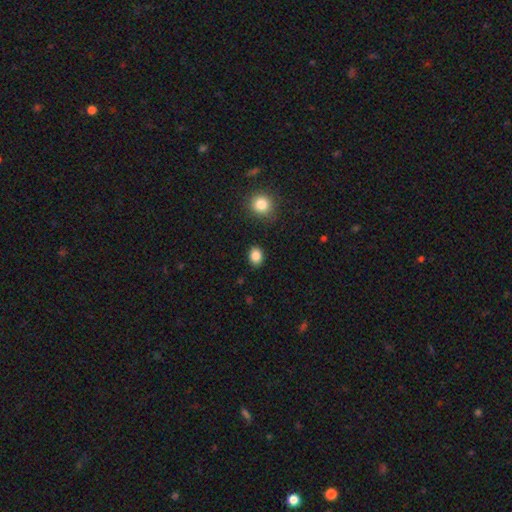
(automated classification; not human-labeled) A smooth galaxy with no disk features (86%) that is in between round and cigar-shaped (54%).

Vote fractions:
- Smooth or featured? smooth: 86% / star or artifact: 10% / featured or disk: 4%
- How rounded? in between: 54% / round: 45% / cigar-shaped: 1%
- Merging? none: 87% / minor disturbance: 8% / major disturbance: 2% / merger: 2%